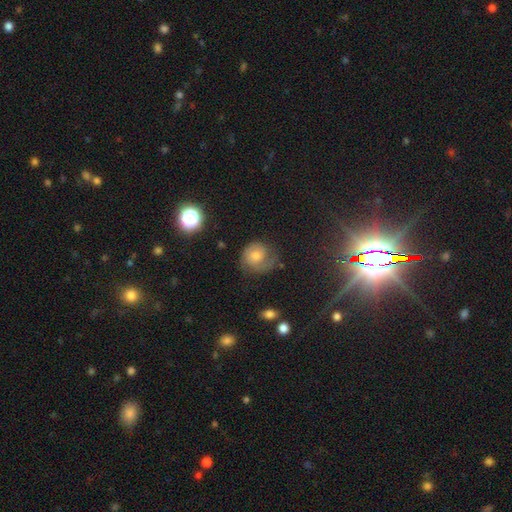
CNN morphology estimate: featured or disk 55%, smooth 32%, star or artifact 13%. Down the decision tree: edge-on disk — no (97%); bar — no (72%); spiral arms — yes (89%); bulge size — moderate (54%); merging — none (62%).